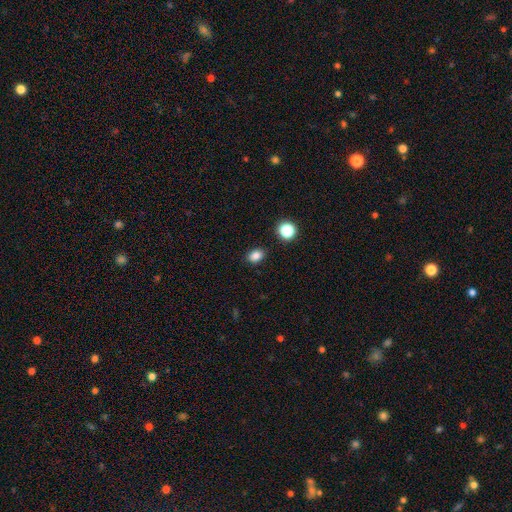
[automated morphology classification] This is clearly a smooth galaxy (84%). How rounded: likely in between (69%). Merging: clearly none (87%).